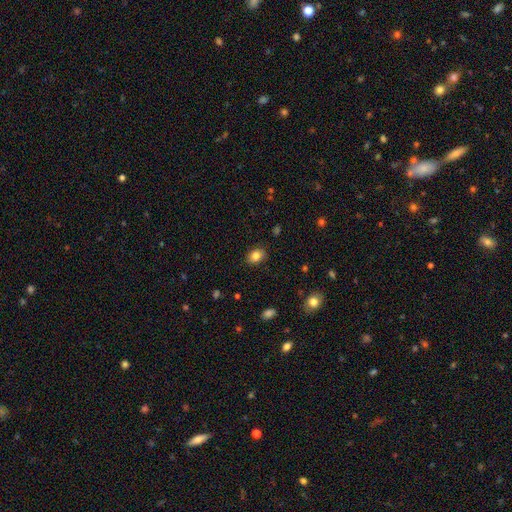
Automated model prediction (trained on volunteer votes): Overall: smooth (84%). How rounded: in between (66%; round 33%). Merging: none (86%).